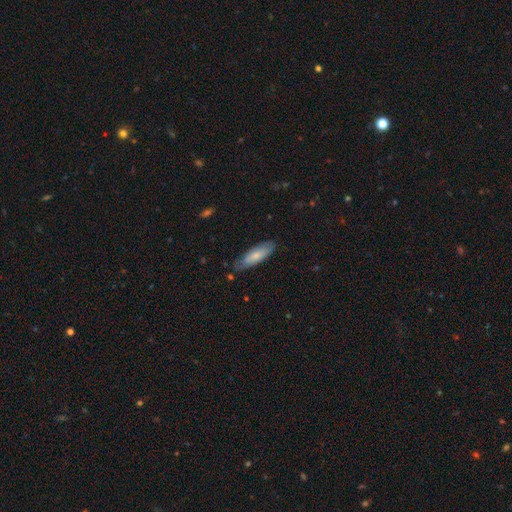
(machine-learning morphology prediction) smooth_or_featured: smooth (p=0.74) [alt: featured or disk p=0.21]
how_rounded: in between (p=0.50) [alt: cigar-shaped p=0.48]
merging: none (p=0.75) [alt: minor disturbance p=0.20]